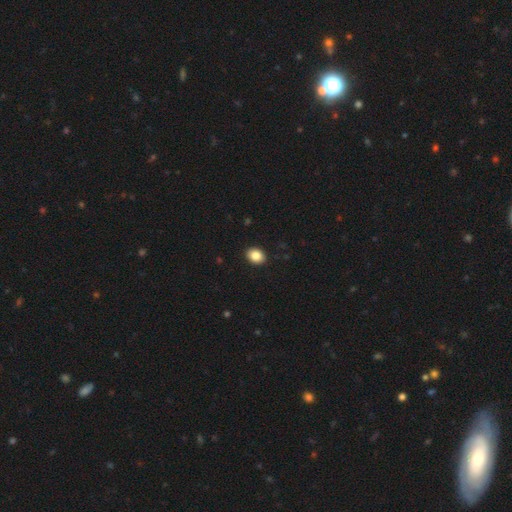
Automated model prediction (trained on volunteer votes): Morphology: type=smooth (86%); roundness=in between (62%); merging=none (91%).